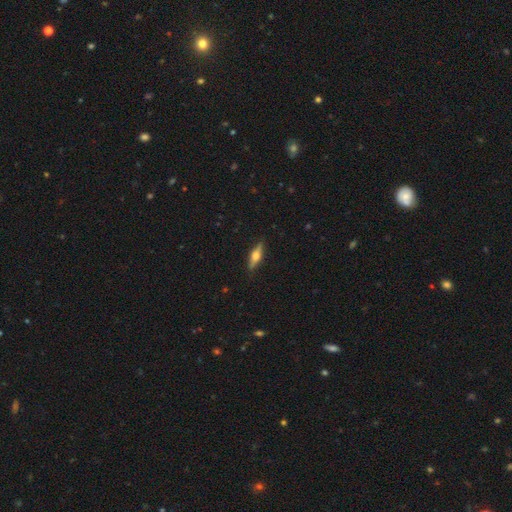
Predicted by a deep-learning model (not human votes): Smooth or featured: featured or disk — 60% (smooth — 34%)
Edge-on disk: yes — 95% (no — 5%)
Edge-on bulge: rounded — 94% (boxy — 5%)
Merging: none — 88% (minor disturbance — 9%)